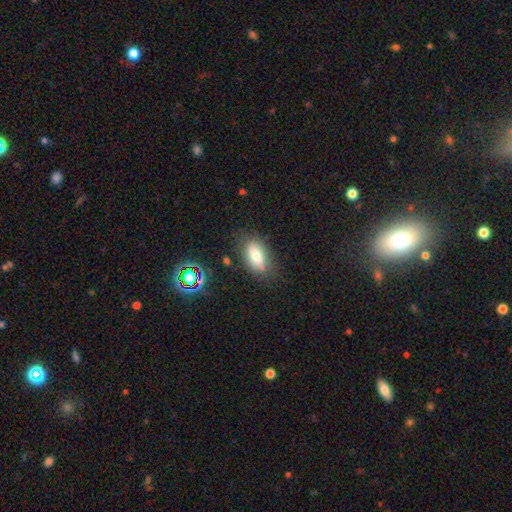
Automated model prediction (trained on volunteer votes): Smooth or featured? Predicted: smooth (p=0.75). How rounded? Predicted: in between (p=0.88). Merging? Predicted: none (p=0.76).